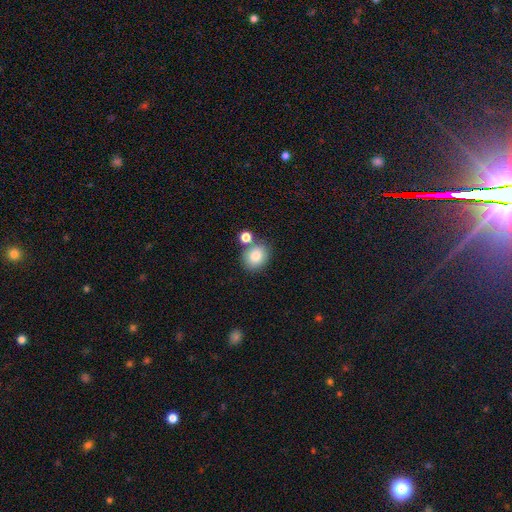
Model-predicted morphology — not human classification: Smooth or featured?
  - smooth: 82% *
  - star or artifact: 10%
  - featured or disk: 9%
How rounded?
  - round: 66% *
  - in between: 33%
  - cigar-shaped: 1%
Merging?
  - none: 65% *
  - merger: 21%
  - minor disturbance: 11%
  - major disturbance: 3%